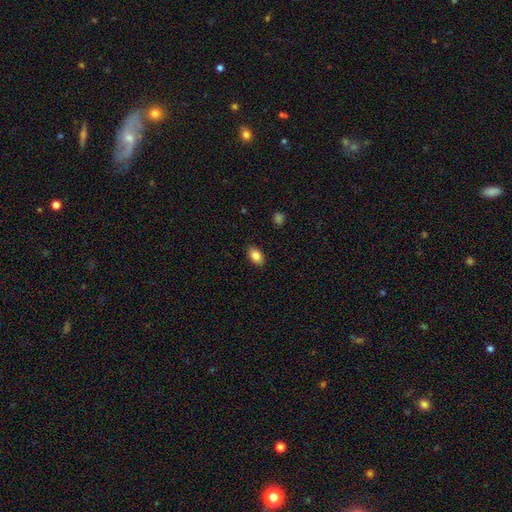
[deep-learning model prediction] Smooth or featured?
  - smooth: 86% *
  - star or artifact: 8%
  - featured or disk: 6%
How rounded?
  - in between: 89% *
  - round: 10%
  - cigar-shaped: 2%
Merging?
  - none: 88% *
  - minor disturbance: 9%
  - major disturbance: 2%
  - merger: 1%